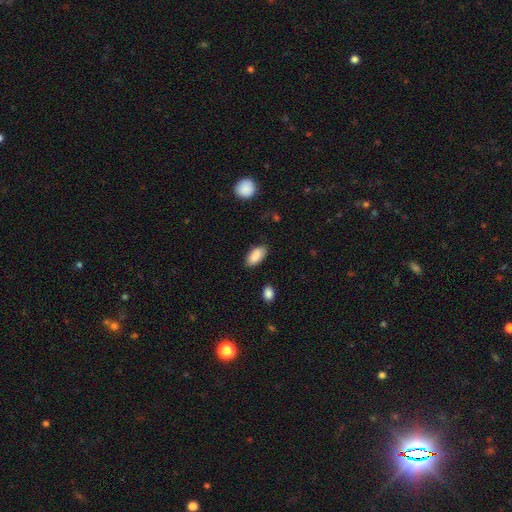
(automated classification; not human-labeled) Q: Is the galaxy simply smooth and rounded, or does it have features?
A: smooth — 89%.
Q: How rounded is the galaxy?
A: in between — 91%.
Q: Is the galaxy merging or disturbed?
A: none — 84%.